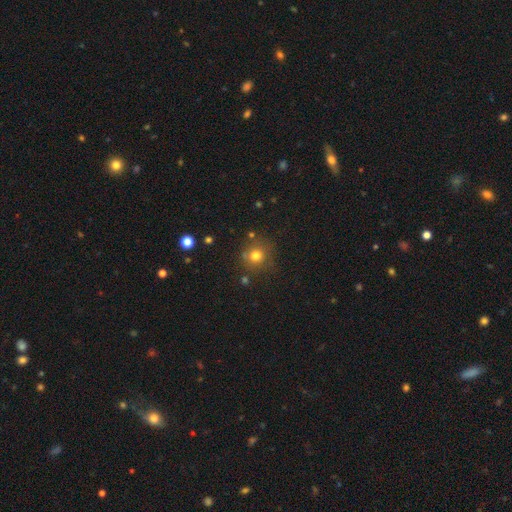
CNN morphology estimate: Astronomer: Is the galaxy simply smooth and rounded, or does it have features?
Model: smooth — 76%.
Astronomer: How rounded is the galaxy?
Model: round — 90%.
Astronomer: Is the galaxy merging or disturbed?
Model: none — 78%.